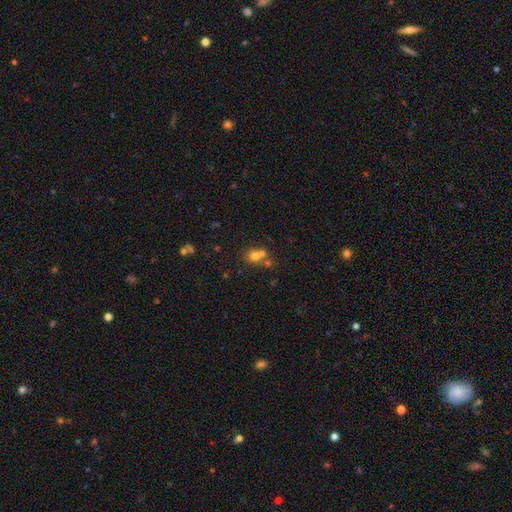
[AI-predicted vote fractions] The model was most divided on "merging": merger: 52%, none: 38%, minor disturbance: 7%, major disturbance: 4%. More confident: how rounded — round (75%); smooth or featured — smooth (68%).